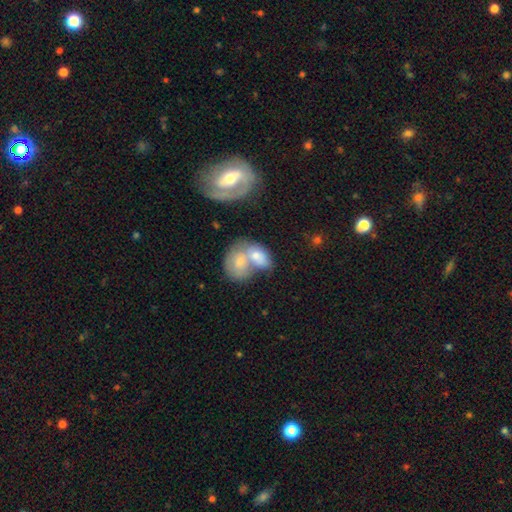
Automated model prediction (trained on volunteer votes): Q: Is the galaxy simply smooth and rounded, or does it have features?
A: smooth — 63%.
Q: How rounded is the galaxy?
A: in between — 75%.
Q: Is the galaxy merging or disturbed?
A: merger — 72%.